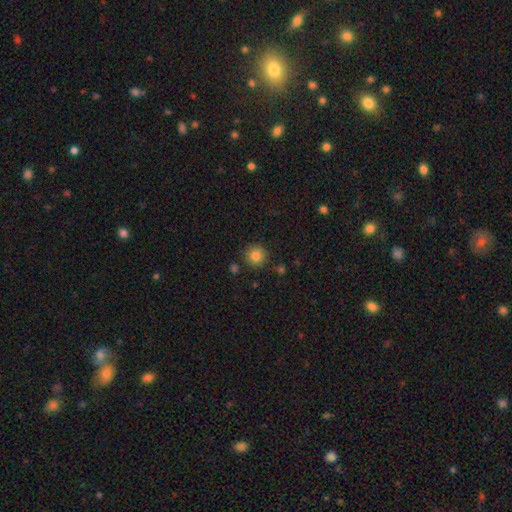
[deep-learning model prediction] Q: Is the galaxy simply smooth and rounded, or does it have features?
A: smooth — 83%.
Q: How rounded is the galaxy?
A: round — 94%.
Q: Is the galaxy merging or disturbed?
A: none — 88%.